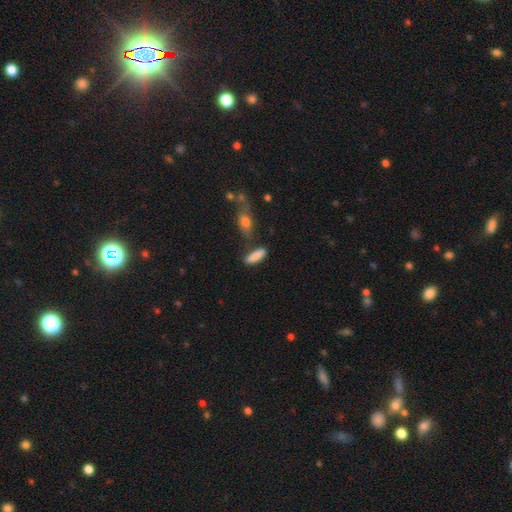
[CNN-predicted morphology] Smooth or featured?
  - smooth: 86% *
  - featured or disk: 7%
  - star or artifact: 7%
How rounded?
  - in between: 54% *
  - cigar-shaped: 43%
  - round: 3%
Merging?
  - none: 68% *
  - minor disturbance: 17%
  - merger: 10%
  - major disturbance: 5%